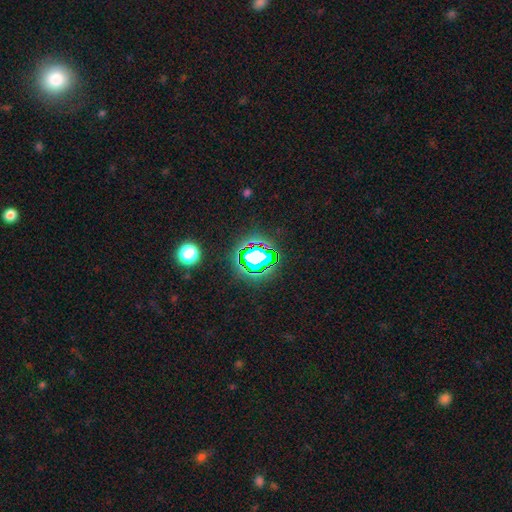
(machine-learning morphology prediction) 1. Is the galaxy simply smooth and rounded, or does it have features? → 69% star or artifact, 19% smooth, 12% featured or disk.